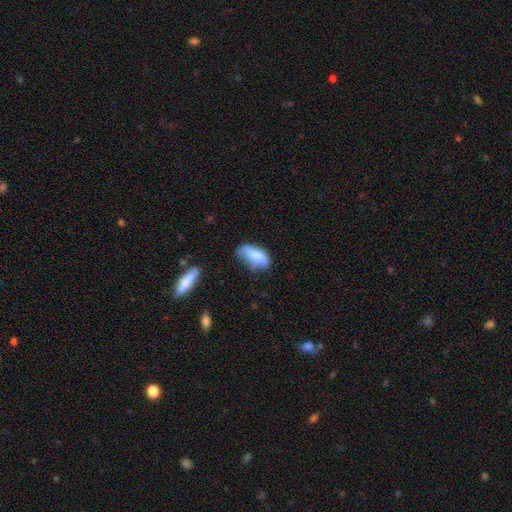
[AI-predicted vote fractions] smooth_or_featured: smooth (p=0.79) [alt: featured or disk p=0.13]
how_rounded: in between (p=0.88) [alt: cigar-shaped p=0.09]
merging: none (p=0.40) [alt: minor disturbance p=0.39]